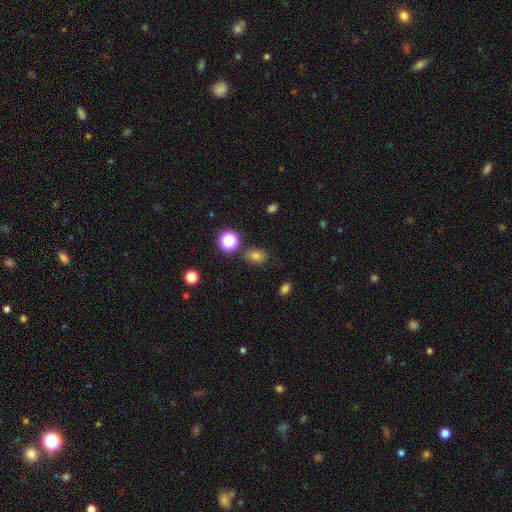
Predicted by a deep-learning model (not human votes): smooth-or-featured: smooth: 74% | star or artifact: 19% | featured or disk: 8%
  how-rounded: in between: 68% | round: 30% | cigar-shaped: 2%
  merging: none: 81% | minor disturbance: 11% | merger: 5% | major disturbance: 3%